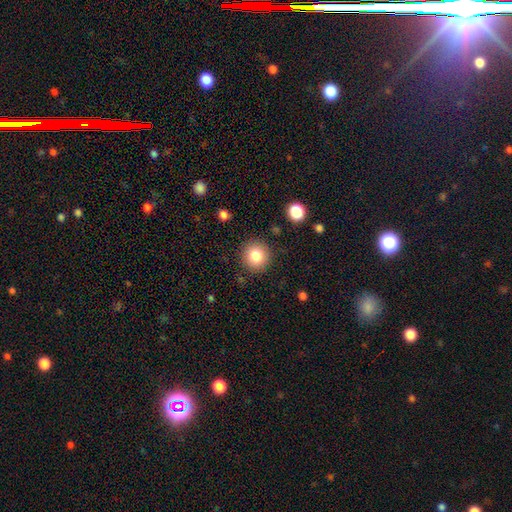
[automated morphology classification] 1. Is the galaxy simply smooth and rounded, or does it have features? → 82% smooth, 10% star or artifact, 7% featured or disk.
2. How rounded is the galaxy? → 93% round, 6% in between, 1% cigar-shaped.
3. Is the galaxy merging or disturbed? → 89% none, 7% minor disturbance, 3% major disturbance, 2% merger.